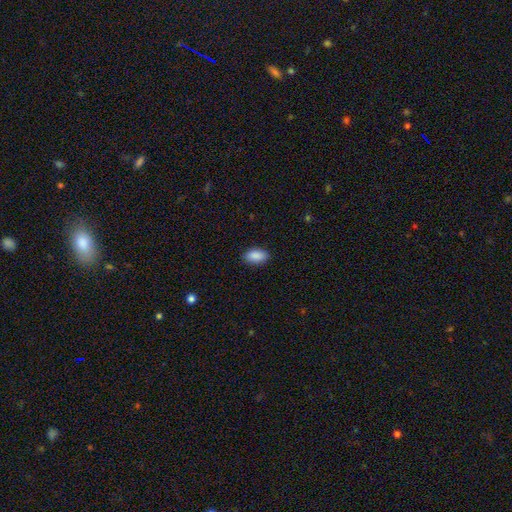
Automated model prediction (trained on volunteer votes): smooth-or-featured: smooth: 90% | star or artifact: 7% | featured or disk: 3%
  how-rounded: in between: 93% | round: 5% | cigar-shaped: 3%
  merging: none: 87% | minor disturbance: 10% | major disturbance: 2% | merger: 1%